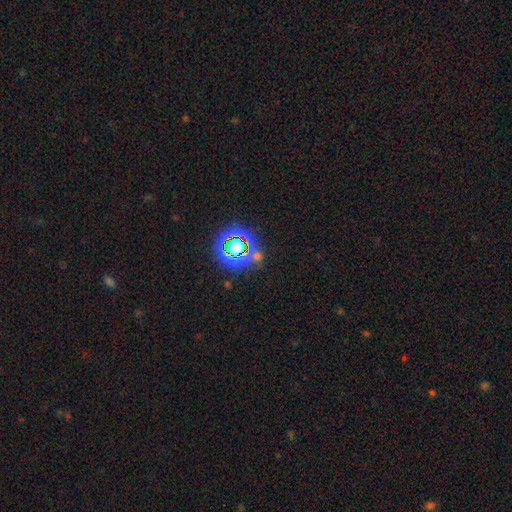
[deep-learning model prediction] smooth_or_featured: star or artifact (p=0.74) [alt: smooth p=0.17]